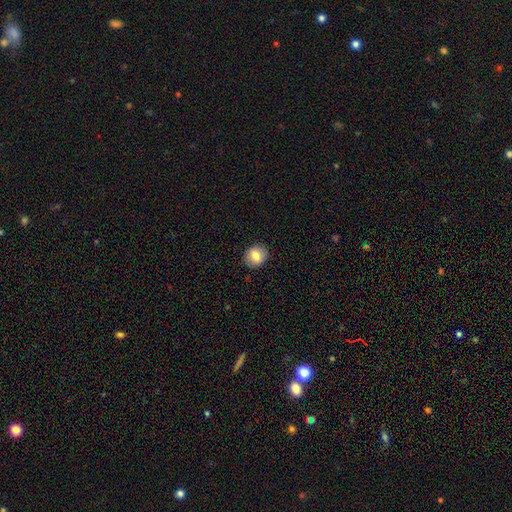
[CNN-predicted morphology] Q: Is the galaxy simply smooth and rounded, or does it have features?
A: smooth — 78%.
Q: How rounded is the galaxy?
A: round — 70%.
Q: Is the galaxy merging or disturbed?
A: none — 89%.